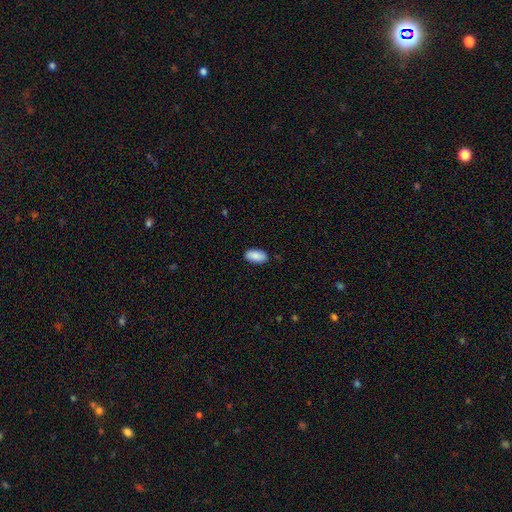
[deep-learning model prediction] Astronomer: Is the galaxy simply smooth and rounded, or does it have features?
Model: smooth — 88%.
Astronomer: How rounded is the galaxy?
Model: in between — 93%.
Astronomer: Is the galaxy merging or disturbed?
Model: none — 87%.